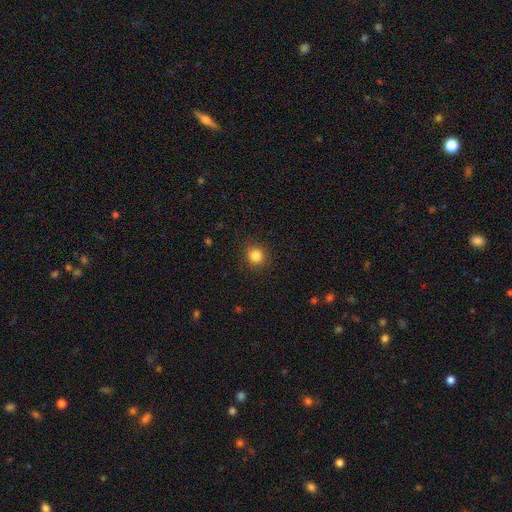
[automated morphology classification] Overall: smooth (84%). How rounded: round (88%). Merging: none (90%).